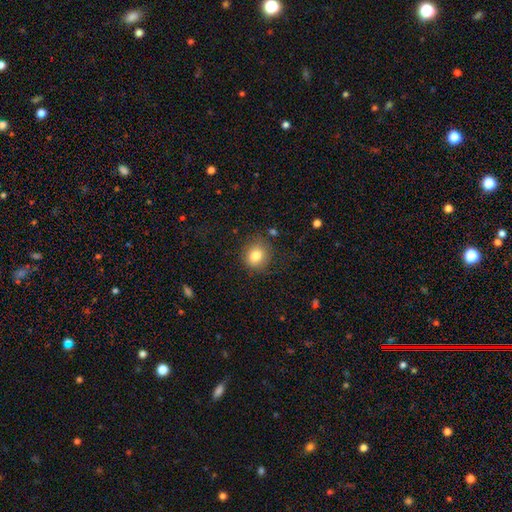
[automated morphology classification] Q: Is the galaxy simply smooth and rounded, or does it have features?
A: smooth — 81%.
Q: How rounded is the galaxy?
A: round — 82%.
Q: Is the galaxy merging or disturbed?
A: none — 80%.